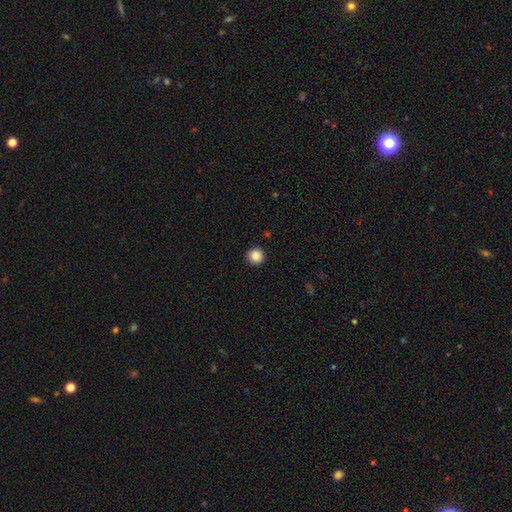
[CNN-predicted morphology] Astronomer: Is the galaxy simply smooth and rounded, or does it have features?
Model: smooth — 88%.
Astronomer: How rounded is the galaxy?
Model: round — 96%.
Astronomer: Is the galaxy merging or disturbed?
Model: none — 93%.